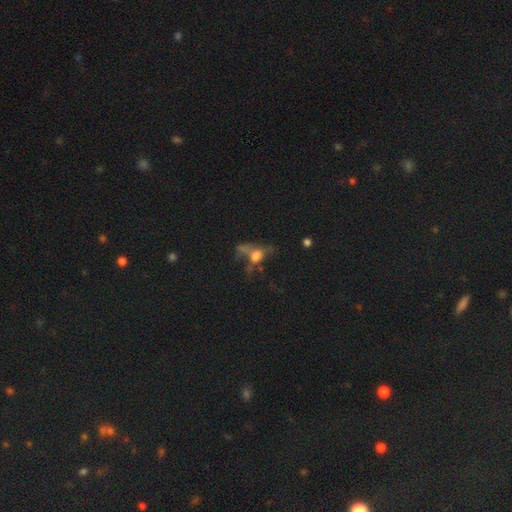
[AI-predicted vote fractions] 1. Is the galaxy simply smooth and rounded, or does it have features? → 43% smooth, 37% featured or disk, 21% star or artifact.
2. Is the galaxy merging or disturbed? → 41% major disturbance, 26% none, 19% merger, 14% minor disturbance.